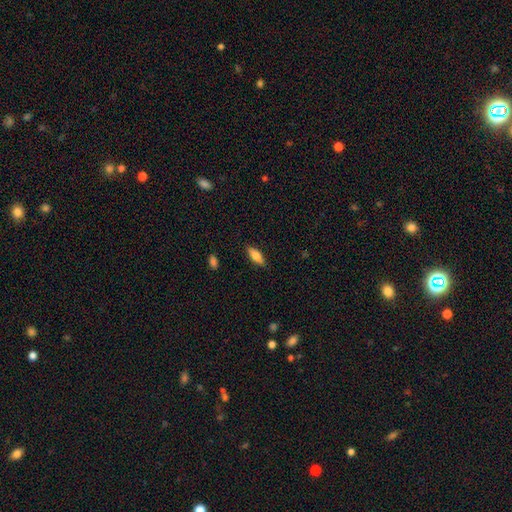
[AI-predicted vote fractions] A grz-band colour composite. It shows a smooth galaxy with no disk features (75%) that is in between round and cigar-shaped (65%). Merging: none (86%).